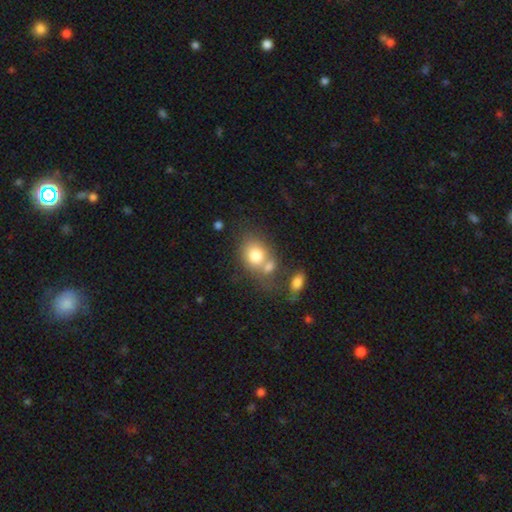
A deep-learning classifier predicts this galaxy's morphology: Smooth or featured? smooth (76%)
How rounded? in between (50%)
Merging? merger (47%)